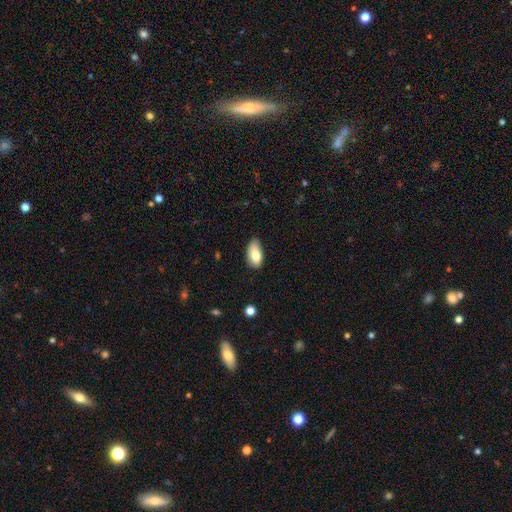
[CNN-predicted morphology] smooth 80%, featured or disk 13%, star or artifact 7%. Down the decision tree: how rounded — in between (92%); merging — none (68%).